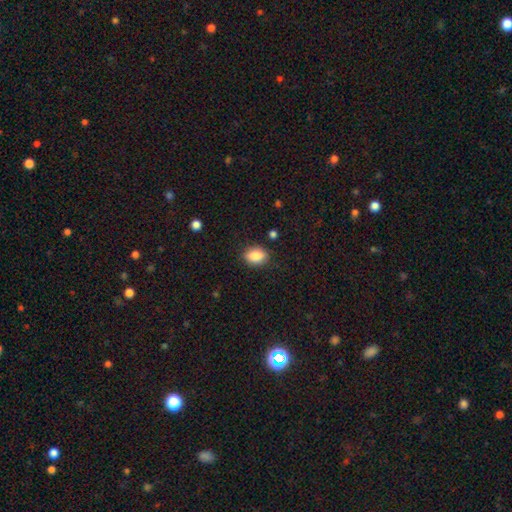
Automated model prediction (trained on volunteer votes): This is clearly a smooth galaxy (86%). How rounded: likely in between (72%). Merging: clearly none (85%).